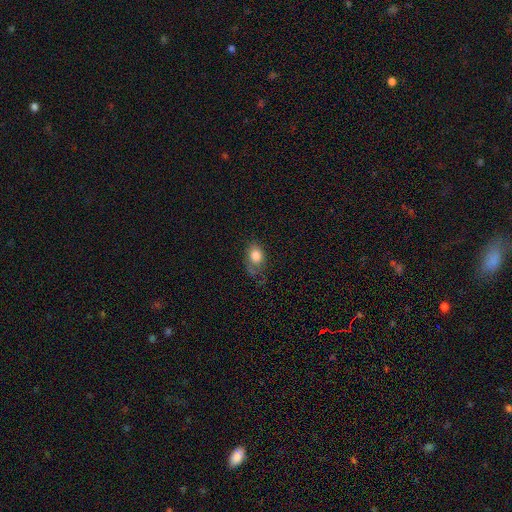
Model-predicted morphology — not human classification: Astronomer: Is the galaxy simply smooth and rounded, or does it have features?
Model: smooth — 81%.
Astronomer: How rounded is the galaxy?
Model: in between — 69%.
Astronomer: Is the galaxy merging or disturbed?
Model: none — 48% (runner-up: minor disturbance, 31%).